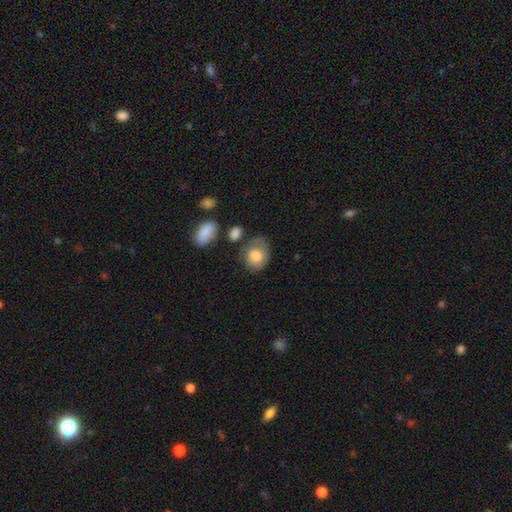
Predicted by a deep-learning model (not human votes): A smooth galaxy with no disk features (75%) that is round (50%).

Vote fractions:
- Smooth or featured? smooth: 75% / featured or disk: 18% / star or artifact: 7%
- How rounded? round: 50% / in between: 49% / cigar-shaped: 1%
- Merging? none: 53% / minor disturbance: 28% / major disturbance: 13% / merger: 6%